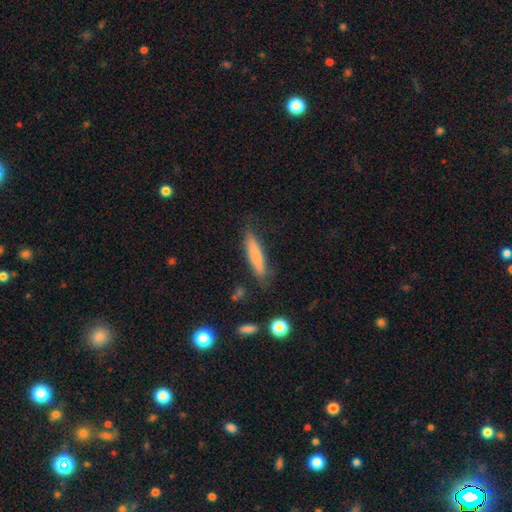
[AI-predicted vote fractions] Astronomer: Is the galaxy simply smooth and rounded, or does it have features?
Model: smooth — 77%.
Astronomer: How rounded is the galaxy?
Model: cigar-shaped — 88%.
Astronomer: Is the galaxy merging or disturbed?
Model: none — 79%.